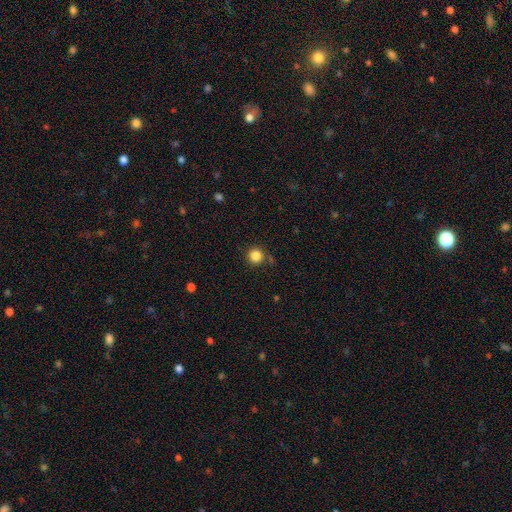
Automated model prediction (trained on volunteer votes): This appears to be a smooth galaxy with no disk features (85%) that is round (94%). Merging: none (83%).